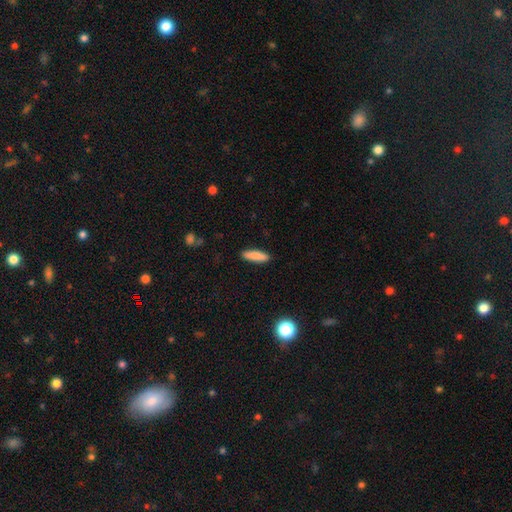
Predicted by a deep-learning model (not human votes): smooth 85%, featured or disk 8%, star or artifact 6%. Down the decision tree: how rounded — cigar-shaped (68%); merging — none (90%).